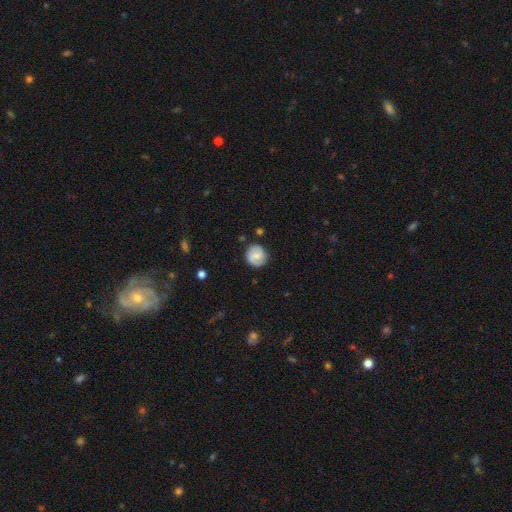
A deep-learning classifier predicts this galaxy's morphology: Smooth or featured? Predicted: smooth (p=0.55). How rounded? Predicted: round (p=0.88). Merging? Predicted: none (p=0.83).